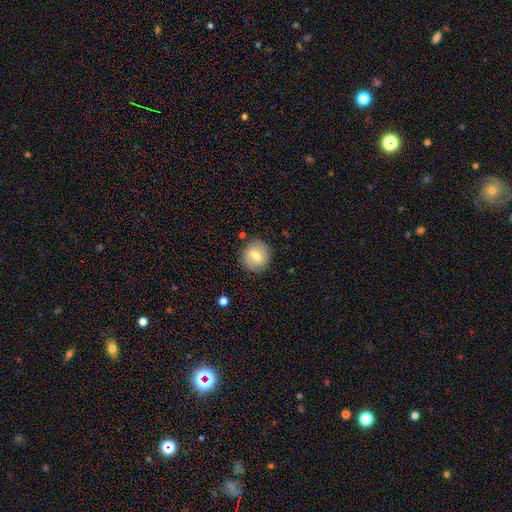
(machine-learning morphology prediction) Smooth or featured: smooth — 66% (featured or disk — 26%)
How rounded: round — 87% (in between — 12%)
Merging: none — 86% (minor disturbance — 9%)